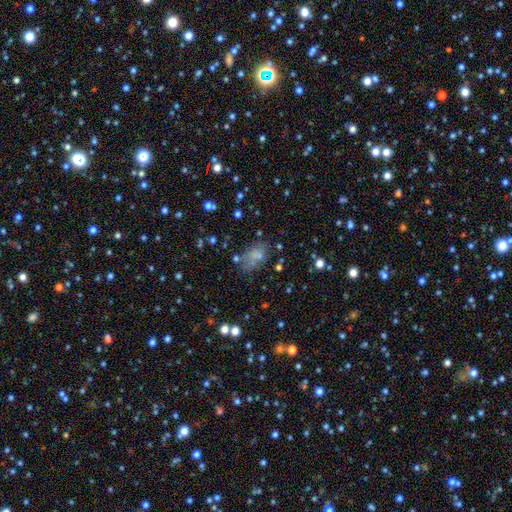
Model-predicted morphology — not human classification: Smooth or featured? Predicted: smooth (p=0.62). How rounded? Predicted: in between (p=0.84). Merging? Predicted: none (p=0.50).